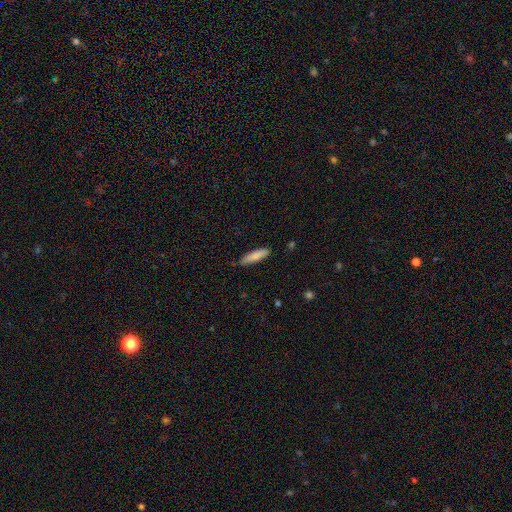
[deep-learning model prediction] smooth 83%, featured or disk 11%, star or artifact 6%. Down the decision tree: how rounded — cigar-shaped (78%); merging — none (84%).